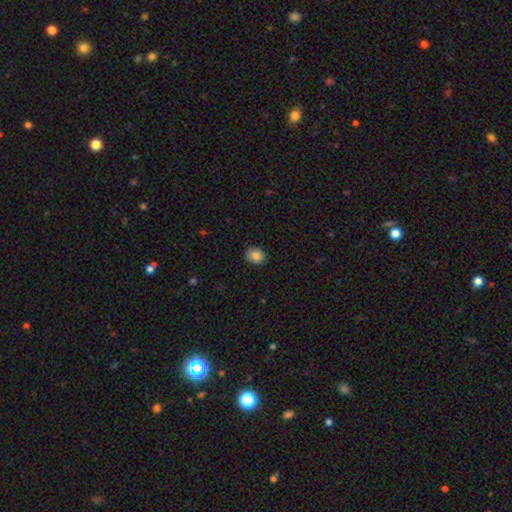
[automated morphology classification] The model was most divided on "how rounded": round: 66%, in between: 33%, cigar-shaped: 1%. More confident: merging — none (87%); smooth or featured — smooth (85%).